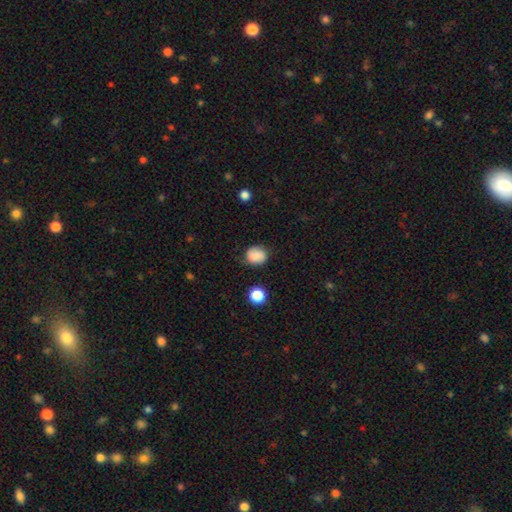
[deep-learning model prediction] A smooth galaxy with no disk features (79%) that is round (66%).

Vote fractions:
- Smooth or featured? smooth: 79% / featured or disk: 11% / star or artifact: 10%
- How rounded? round: 66% / in between: 33% / cigar-shaped: 1%
- Merging? none: 75% / minor disturbance: 18% / major disturbance: 5% / merger: 2%